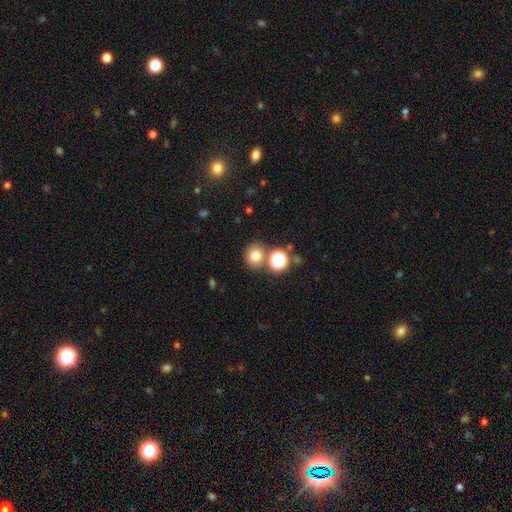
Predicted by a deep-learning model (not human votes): Smooth or featured?
  - smooth: 74% *
  - star or artifact: 17%
  - featured or disk: 8%
How rounded?
  - round: 82% *
  - in between: 17%
  - cigar-shaped: 1%
Merging?
  - none: 74% *
  - merger: 14%
  - minor disturbance: 8%
  - major disturbance: 3%